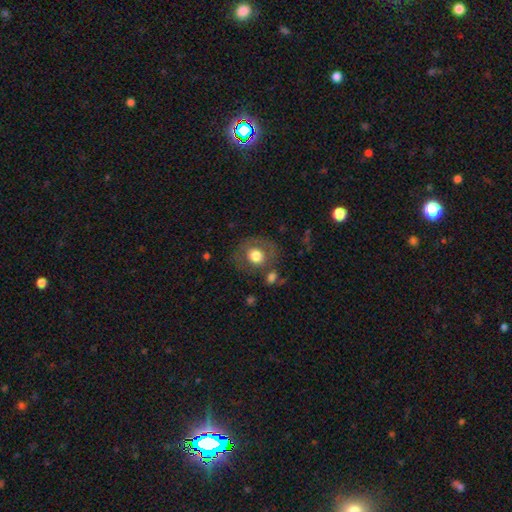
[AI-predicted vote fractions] The model was most divided on "smooth or featured": smooth: 67%, featured or disk: 25%, star or artifact: 9%. More confident: how rounded — round (79%); merging — none (66%).